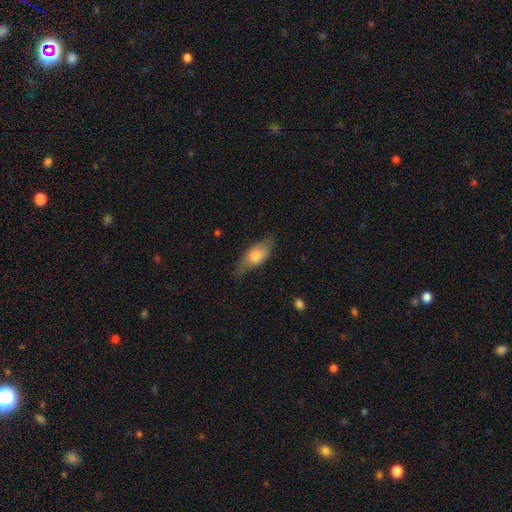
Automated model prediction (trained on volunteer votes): Q: Smooth or featured?
A: smooth (65%); runner-up: featured or disk (28%)
Q: How rounded?
A: in between (79%); runner-up: cigar-shaped (17%)
Q: Merging?
A: none (69%); runner-up: minor disturbance (24%)